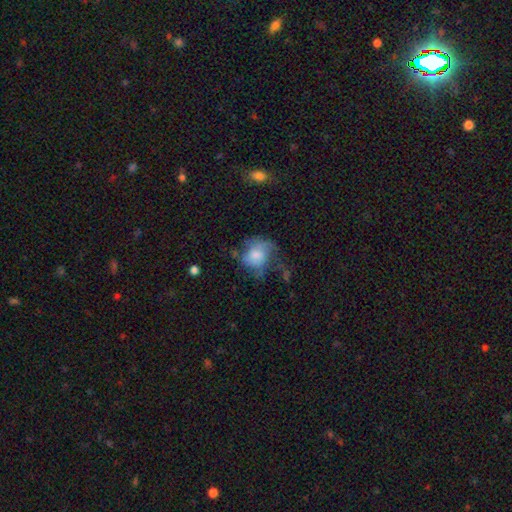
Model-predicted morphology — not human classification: type=smooth (54%); roundness=round (57%); merging=major disturbance (35%).